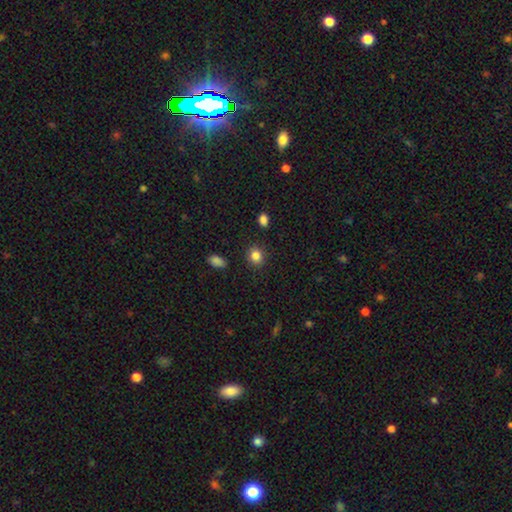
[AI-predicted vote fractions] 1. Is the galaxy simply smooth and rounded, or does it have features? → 85% smooth, 10% star or artifact, 5% featured or disk.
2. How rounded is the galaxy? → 77% round, 22% in between, 1% cigar-shaped.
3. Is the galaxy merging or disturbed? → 89% none, 7% minor disturbance, 2% major disturbance, 2% merger.